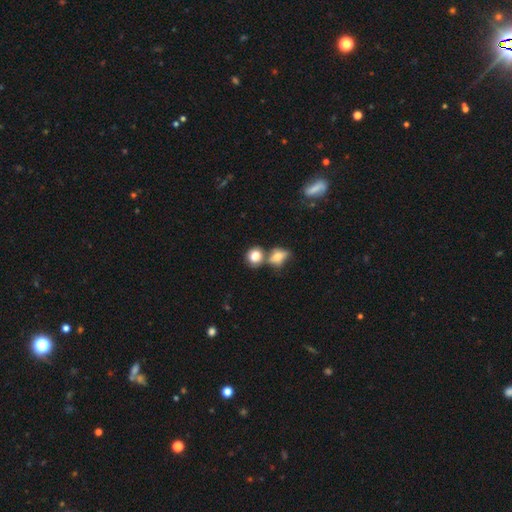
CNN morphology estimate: A smooth galaxy with no disk features (80%) that is round (70%).

Vote fractions:
- Smooth or featured? smooth: 80% / featured or disk: 10% / star or artifact: 10%
- How rounded? round: 70% / in between: 29% / cigar-shaped: 1%
- Merging? none: 46% / merger: 39% / minor disturbance: 11% / major disturbance: 4%